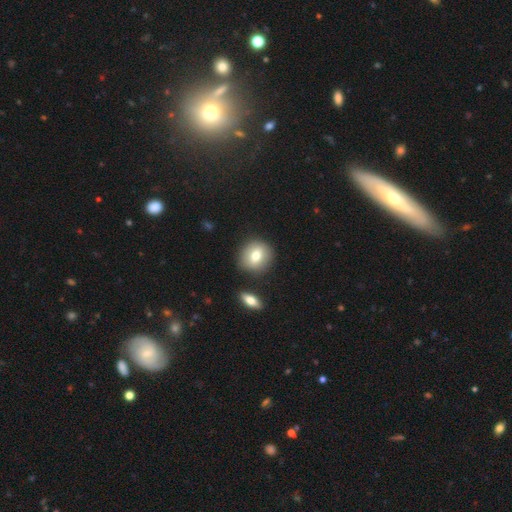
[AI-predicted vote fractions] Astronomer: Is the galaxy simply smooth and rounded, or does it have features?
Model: smooth — 74%.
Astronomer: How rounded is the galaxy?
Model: round — 78%.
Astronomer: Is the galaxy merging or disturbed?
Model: none — 82%.